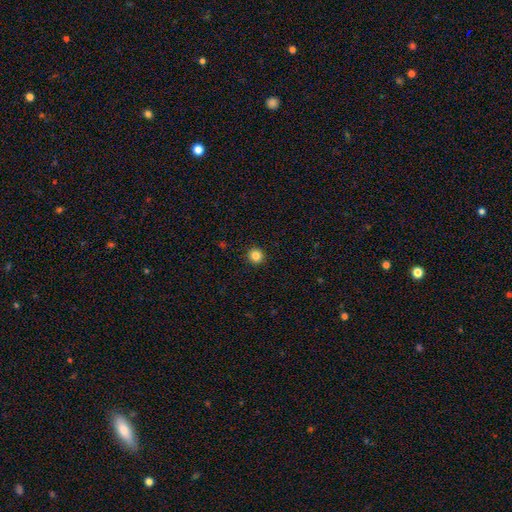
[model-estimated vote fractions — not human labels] This is clearly a smooth galaxy (85%). How rounded: clearly round (93%). Merging: clearly none (93%).